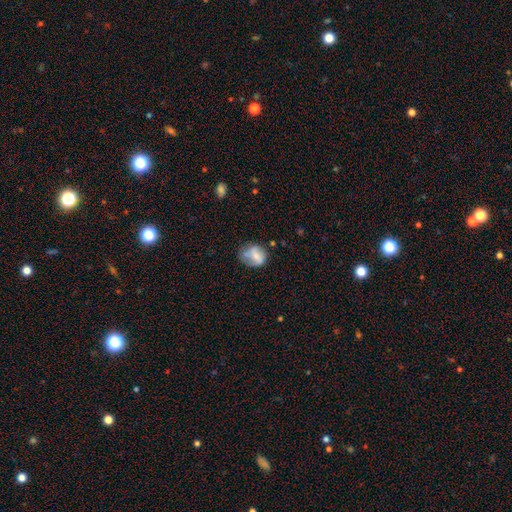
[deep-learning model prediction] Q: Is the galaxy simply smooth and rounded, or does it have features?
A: smooth — 62%.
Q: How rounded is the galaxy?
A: round — 58%.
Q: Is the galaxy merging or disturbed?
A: none — 47%.